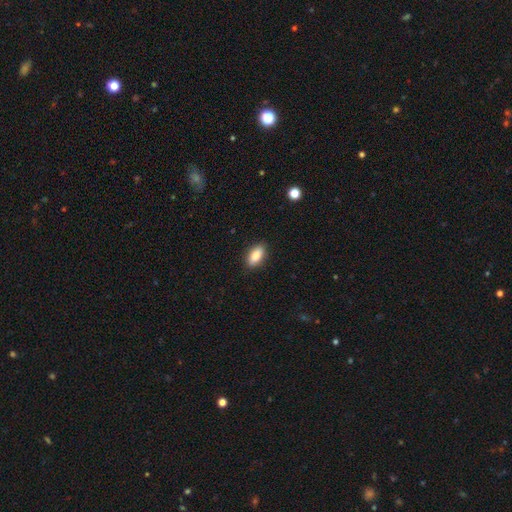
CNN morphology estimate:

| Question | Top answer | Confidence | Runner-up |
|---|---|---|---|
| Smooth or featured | smooth | 85% | featured or disk (8%) |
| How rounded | in between | 88% | cigar-shaped (8%) |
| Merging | none | 88% | minor disturbance (9%) |